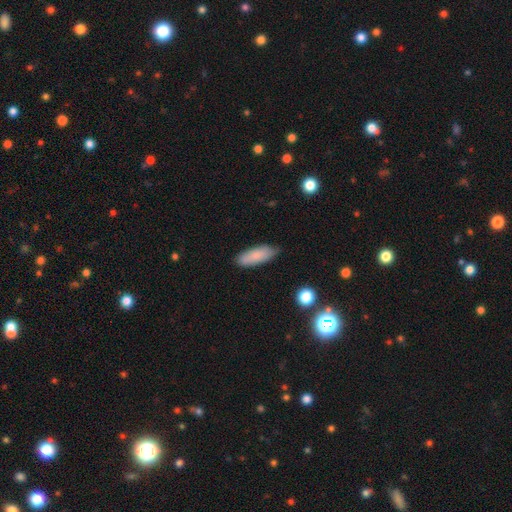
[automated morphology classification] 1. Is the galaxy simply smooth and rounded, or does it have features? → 83% smooth, 10% featured or disk, 7% star or artifact.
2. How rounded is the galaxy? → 65% in between, 33% cigar-shaped, 2% round.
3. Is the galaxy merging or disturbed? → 80% none, 16% minor disturbance, 3% major disturbance, 1% merger.